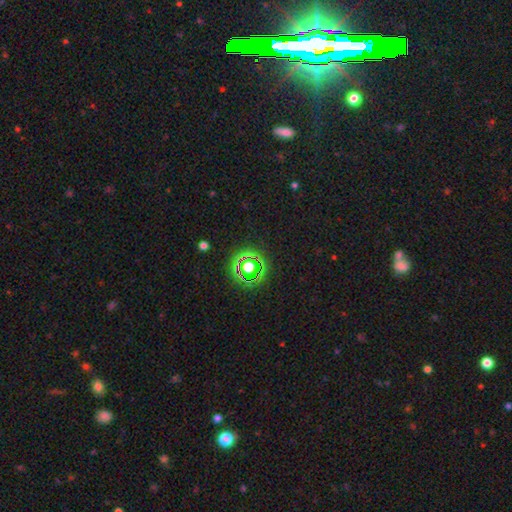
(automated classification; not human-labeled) A star or artifact, not a galaxy (81%).

Vote fractions:
- Smooth or featured? star or artifact: 81% / smooth: 12% / featured or disk: 7%